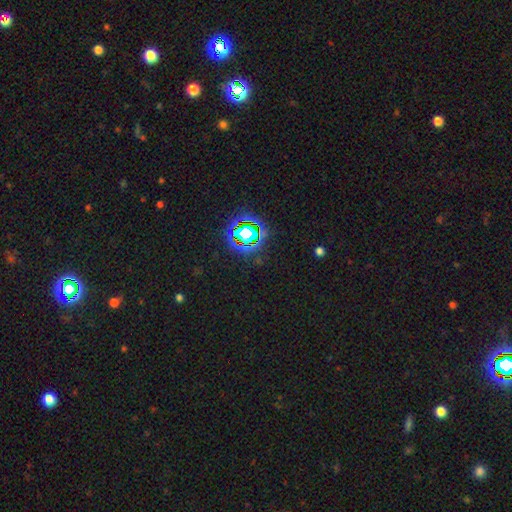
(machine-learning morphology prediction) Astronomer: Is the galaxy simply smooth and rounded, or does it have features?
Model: star or artifact — 80%.